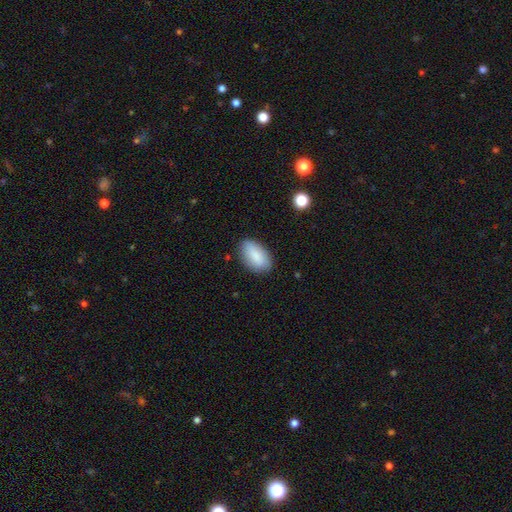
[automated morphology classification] This is clearly a smooth galaxy (87%). How rounded: clearly in between (94%). Merging: clearly none (83%).